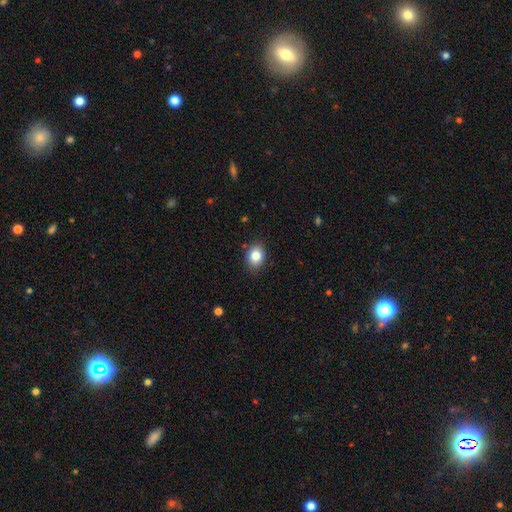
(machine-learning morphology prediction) Smooth or featured?
  - smooth: 83% *
  - star or artifact: 9%
  - featured or disk: 7%
How rounded?
  - in between: 56% *
  - round: 43%
  - cigar-shaped: 1%
Merging?
  - none: 87% *
  - minor disturbance: 10%
  - major disturbance: 2%
  - merger: 1%